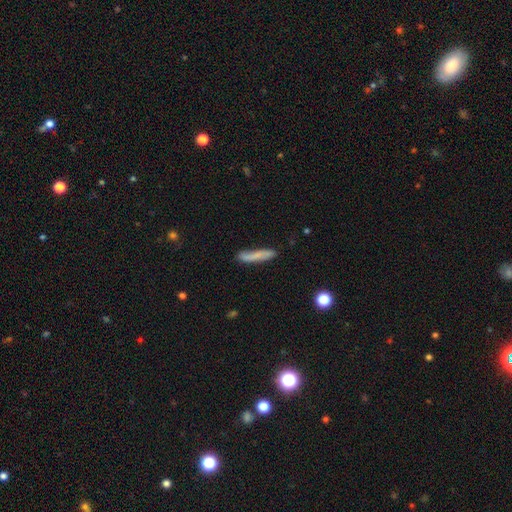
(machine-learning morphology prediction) The model was most divided on "smooth or featured": smooth: 71%, featured or disk: 22%, star or artifact: 7%. More confident: how rounded — cigar-shaped (89%); merging — none (74%).